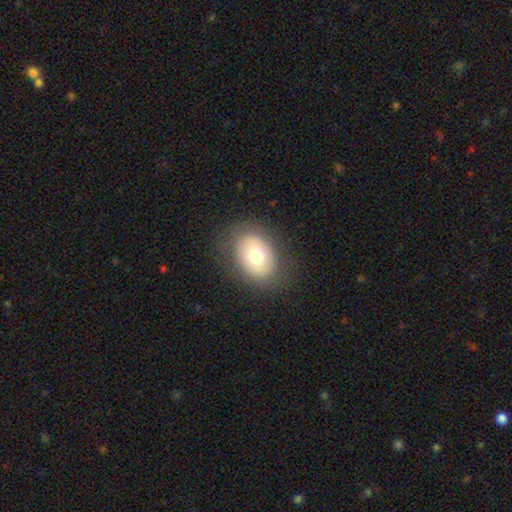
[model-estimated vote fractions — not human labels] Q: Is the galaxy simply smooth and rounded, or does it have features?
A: smooth — 69%.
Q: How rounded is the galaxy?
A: in between — 68%.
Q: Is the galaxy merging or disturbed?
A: none — 82%.